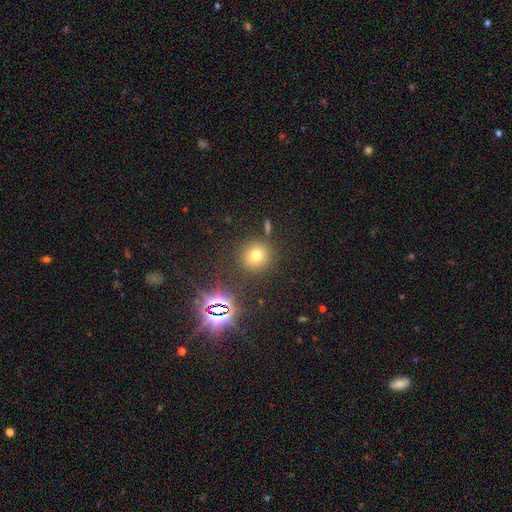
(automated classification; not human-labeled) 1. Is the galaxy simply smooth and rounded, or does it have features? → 68% smooth, 22% star or artifact, 11% featured or disk.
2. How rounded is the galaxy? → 91% round, 8% in between, 1% cigar-shaped.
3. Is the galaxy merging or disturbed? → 83% none, 8% minor disturbance, 5% merger, 3% major disturbance.